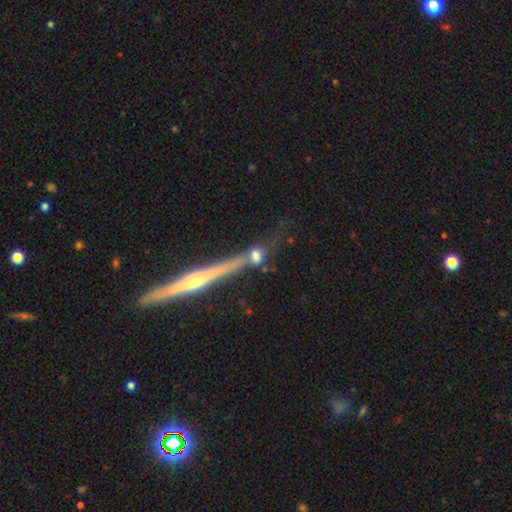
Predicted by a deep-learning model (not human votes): smooth-or-featured: smooth: 52% | featured or disk: 32% | star or artifact: 16%
  how-rounded: round: 37% | in between: 34% | cigar-shaped: 28%
  merging: none: 46% | merger: 27% | minor disturbance: 15% | major disturbance: 12%